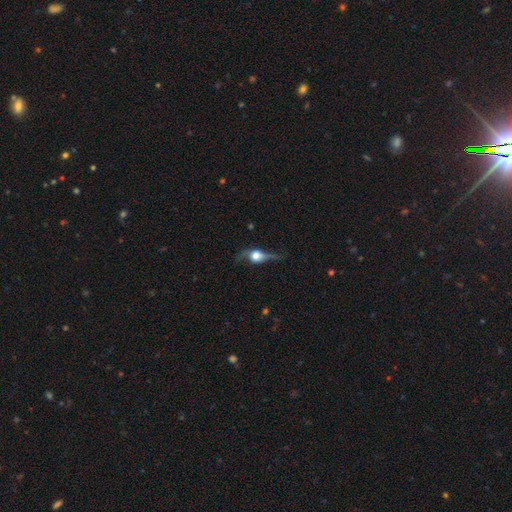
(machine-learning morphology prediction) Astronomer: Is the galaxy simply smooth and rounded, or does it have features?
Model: featured or disk — 68%.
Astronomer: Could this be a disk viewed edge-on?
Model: yes — 75%.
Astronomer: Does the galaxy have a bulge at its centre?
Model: rounded — 94%.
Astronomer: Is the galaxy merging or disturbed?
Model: none — 54%.